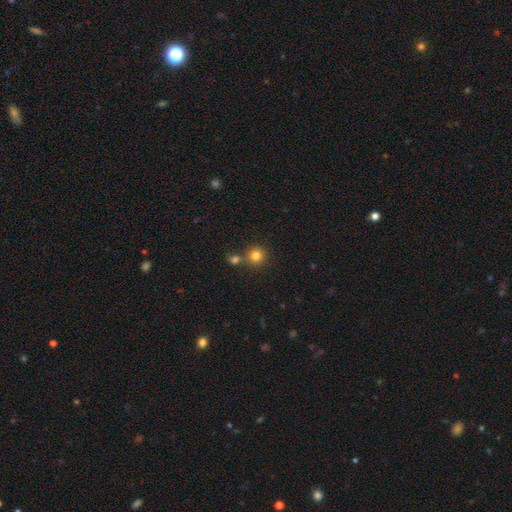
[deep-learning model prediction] A smooth galaxy with no disk features (80%) that is round (92%).

Vote fractions:
- Smooth or featured? smooth: 80% / star or artifact: 13% / featured or disk: 6%
- How rounded? round: 92% / in between: 7% / cigar-shaped: 1%
- Merging? none: 69% / merger: 21% / minor disturbance: 7% / major disturbance: 3%